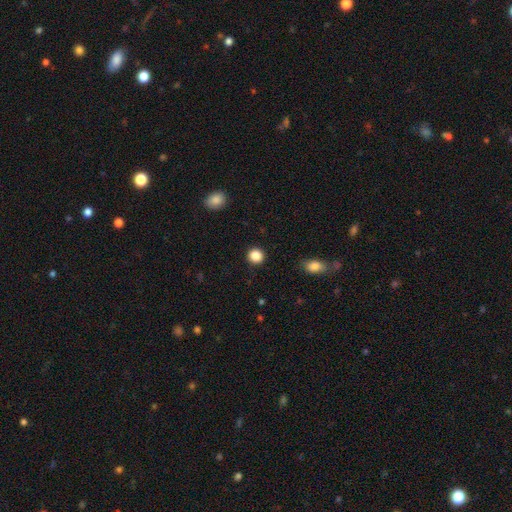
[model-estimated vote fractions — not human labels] A smooth galaxy with no disk features (87%) that is round (92%). Merging: none (92%).